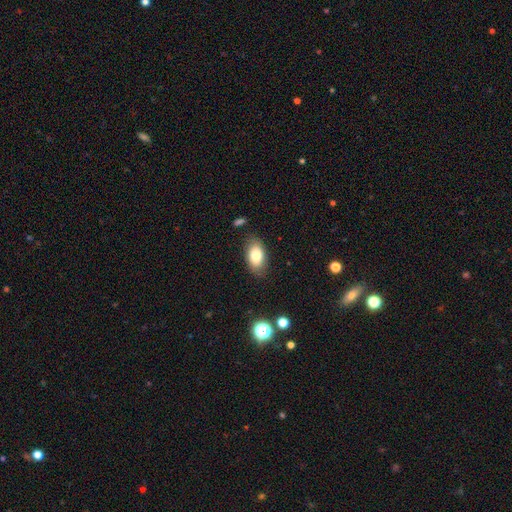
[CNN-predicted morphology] type=smooth (79%); roundness=in between (91%); merging=none (81%).